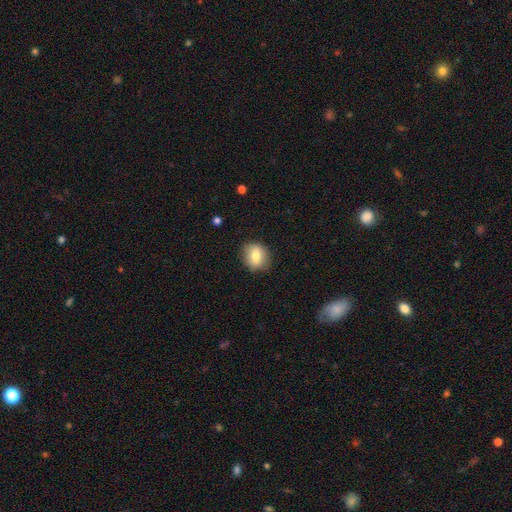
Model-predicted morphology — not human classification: Smooth or featured?
  - smooth: 78% *
  - featured or disk: 14%
  - star or artifact: 8%
How rounded?
  - round: 64% *
  - in between: 35%
  - cigar-shaped: 1%
Merging?
  - none: 83% *
  - minor disturbance: 13%
  - major disturbance: 3%
  - merger: 1%